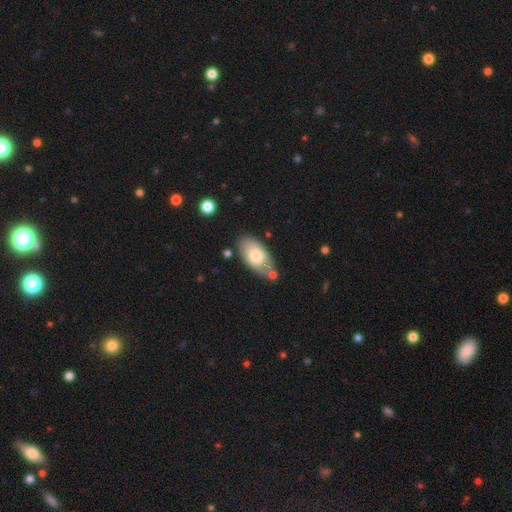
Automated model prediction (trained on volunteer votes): The model was most divided on "merging": none: 62%, minor disturbance: 22%, merger: 11%, major disturbance: 5%. More confident: how rounded — in between (94%); smooth or featured — smooth (70%).